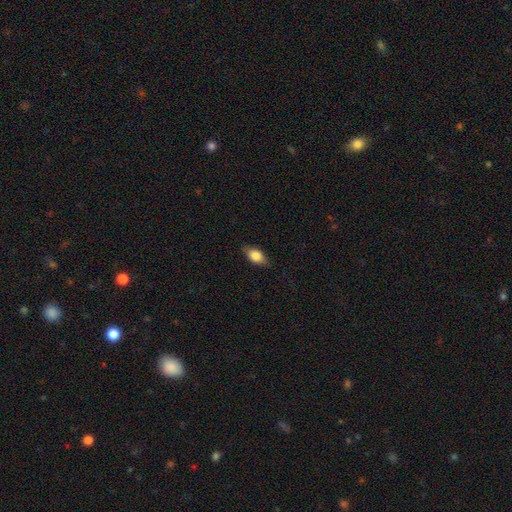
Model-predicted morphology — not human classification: Overall: smooth (75%). How rounded: in between (84%). Merging: none (82%).